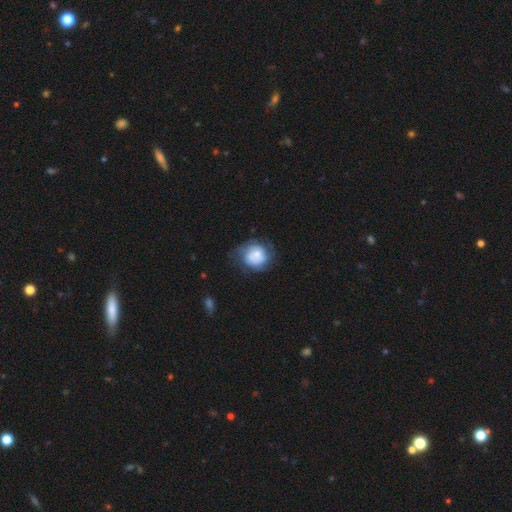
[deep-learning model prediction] smooth 61%, featured or disk 31%, star or artifact 8%. Down the decision tree: how rounded — round (80%); merging — none (56%).